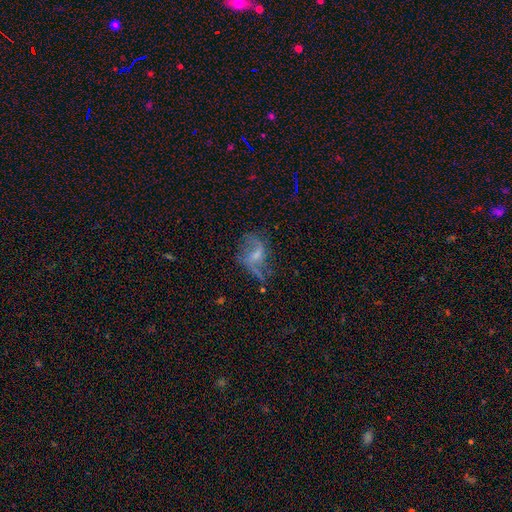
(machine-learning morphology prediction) Overall: featured or disk (71%). Edge-on disk: no (95%). Bar: weak (50%; no 31%). Spiral arms: yes (79%). Spiral arm count: 2 (79%). Spiral winding: loose (75%). Bulge size: small (44%; moderate 30%). Merging: none (47%; major disturbance 26%).